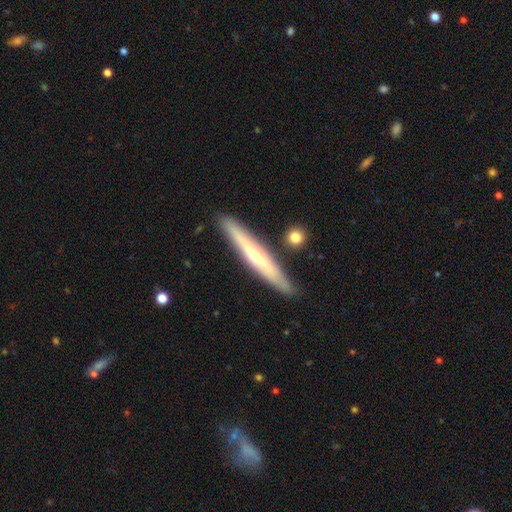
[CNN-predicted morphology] The model was most divided on "smooth or featured": featured or disk: 56%, smooth: 38%, star or artifact: 5%. More confident: edge-on disk — yes (91%); merging — none (86%); edge-on bulge — rounded (61%).